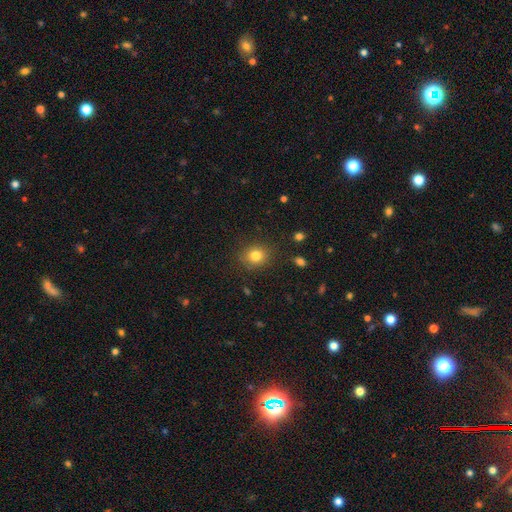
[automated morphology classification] This appears to be a smooth galaxy with no disk features (81%) that is round (74%). Merging: none (86%).